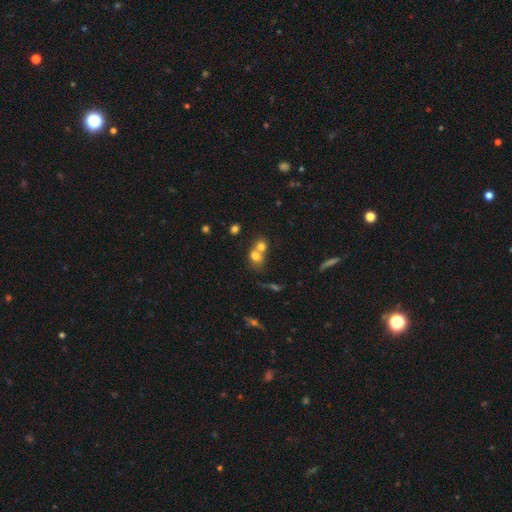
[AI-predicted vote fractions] smooth_or_featured: smooth (p=0.71) [alt: featured or disk p=0.16]
how_rounded: round (p=0.61) [alt: in between p=0.38]
merging: merger (p=0.63) [alt: none p=0.27]